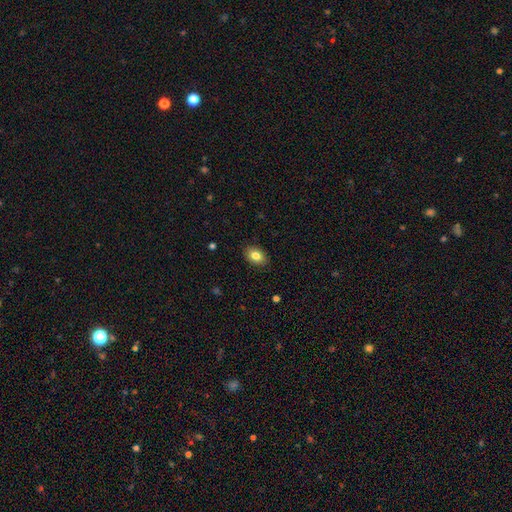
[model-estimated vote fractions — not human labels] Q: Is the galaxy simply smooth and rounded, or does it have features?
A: smooth — 83%.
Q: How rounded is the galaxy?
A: in between — 82%.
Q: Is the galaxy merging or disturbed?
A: none — 88%.